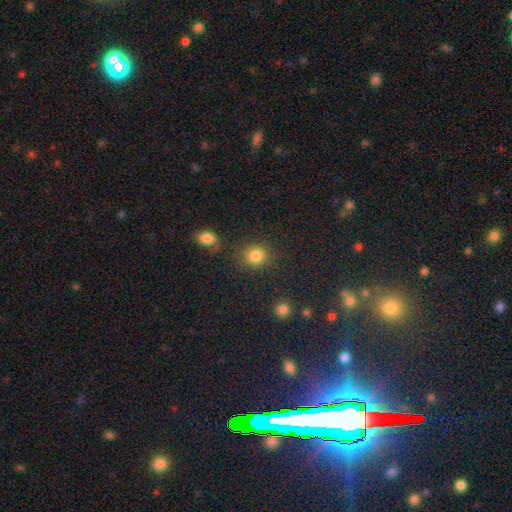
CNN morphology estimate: smooth_or_featured: smooth (p=0.83) [alt: star or artifact p=0.12]
how_rounded: round (p=0.83) [alt: in between p=0.15]
merging: none (p=0.80) [alt: minor disturbance p=0.09]